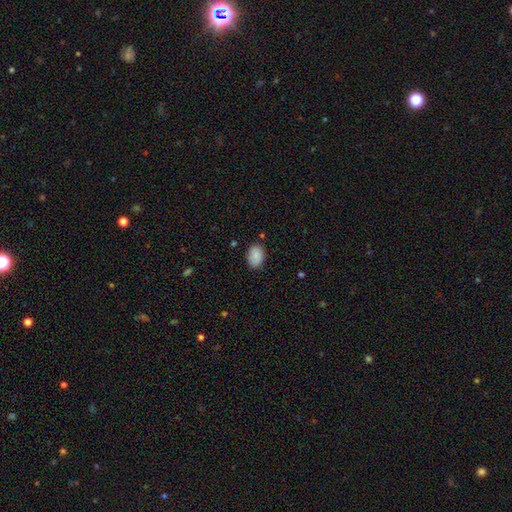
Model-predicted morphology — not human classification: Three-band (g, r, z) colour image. It shows a smooth galaxy with no disk features (89%) that is in between round and cigar-shaped (82%). Merging: none (82%).